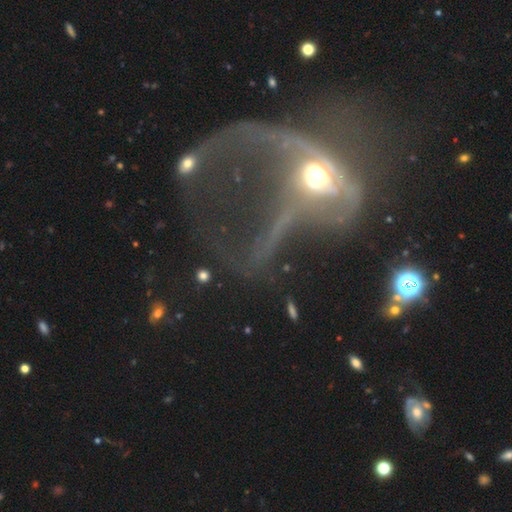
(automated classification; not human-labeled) Overall: featured or disk (62%). Edge-on disk: no (85%). Bar: no (62%). Spiral arms: no (61%; yes 39%). Bulge size: moderate (56%; small 25%). Merging: major disturbance (58%; none 19%).